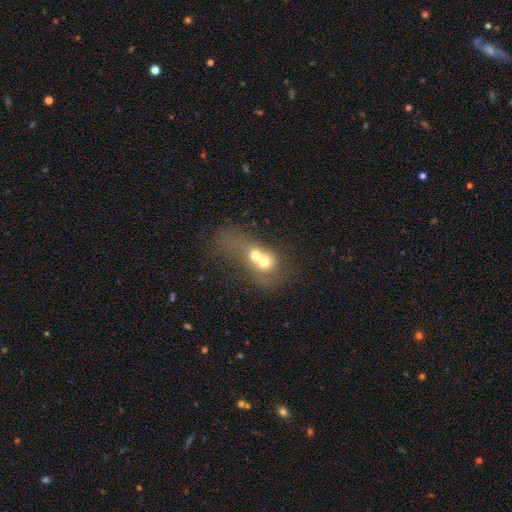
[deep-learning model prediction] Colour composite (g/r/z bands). It shows a smooth galaxy with no disk features (56%) that is round (57%). Merging: merger (76%).